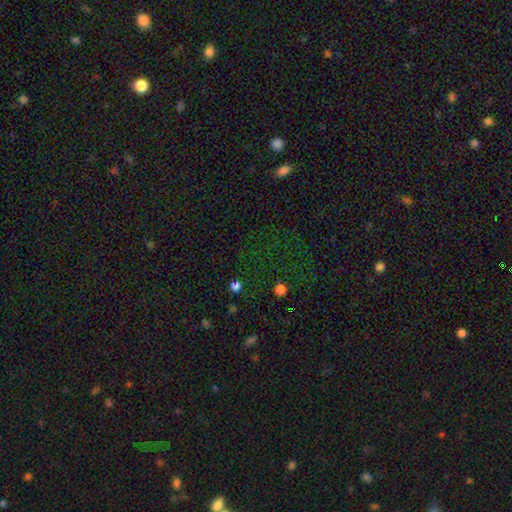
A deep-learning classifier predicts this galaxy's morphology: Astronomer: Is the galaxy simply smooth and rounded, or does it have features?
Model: star or artifact — 70%.